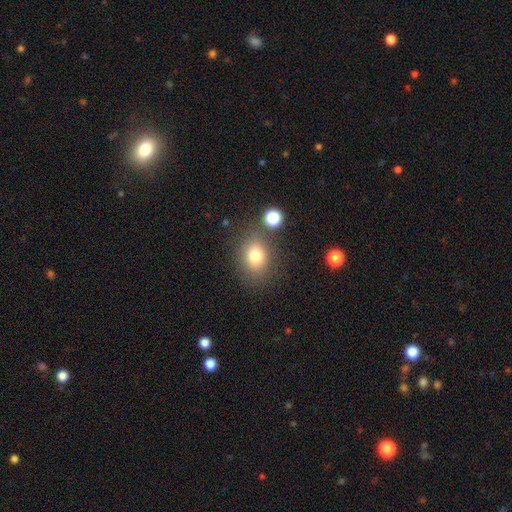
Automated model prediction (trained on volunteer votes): smooth_or_featured: smooth (p=0.77) [alt: star or artifact p=0.12]
how_rounded: round (p=0.51) [alt: in between p=0.47]
merging: none (p=0.74) [alt: minor disturbance p=0.13]